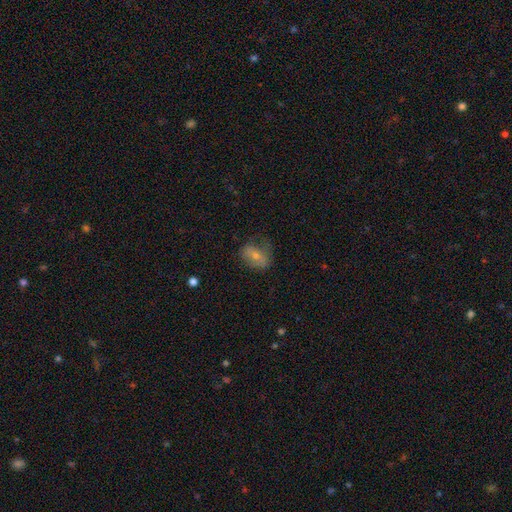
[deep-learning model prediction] smooth_or_featured: smooth (p=0.62) [alt: featured or disk p=0.29]
how_rounded: in between (p=0.77) [alt: round p=0.21]
merging: none (p=0.53) [alt: minor disturbance p=0.29]